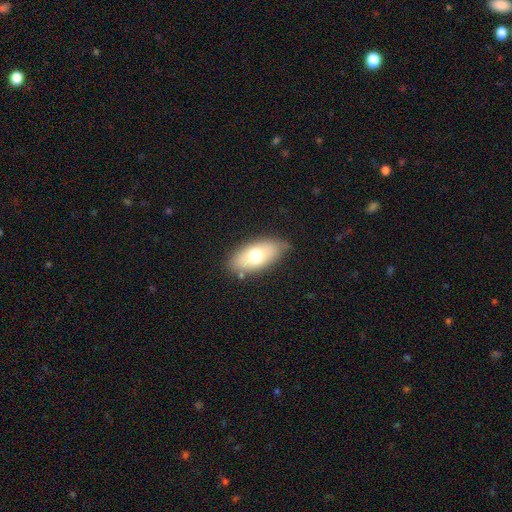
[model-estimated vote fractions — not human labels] Overall: smooth (67%). How rounded: in between (89%). Merging: none (76%).